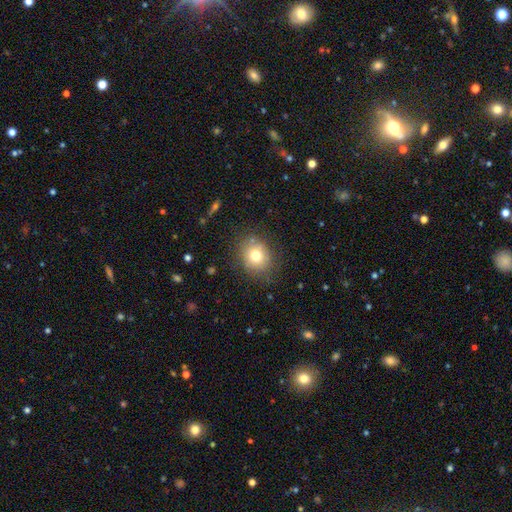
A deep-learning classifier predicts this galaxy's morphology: This is likely a smooth galaxy (75%). How rounded: likely round (69%). Merging: clearly none (81%).